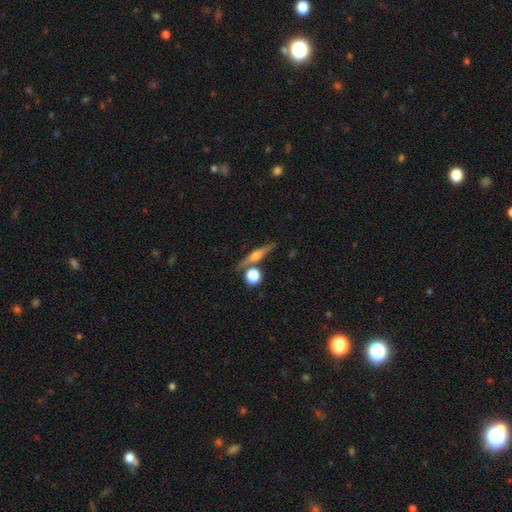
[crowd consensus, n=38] Q: Smooth or featured?
A: featured or disk (79%); runner-up: smooth (16%)
Q: Edge-on disk?
A: yes (97%); runner-up: no (3%)
Q: Edge-on bulge?
A: rounded (97%); runner-up: boxy (3%)
Q: Merging?
A: none (81%); runner-up: minor disturbance (11%)